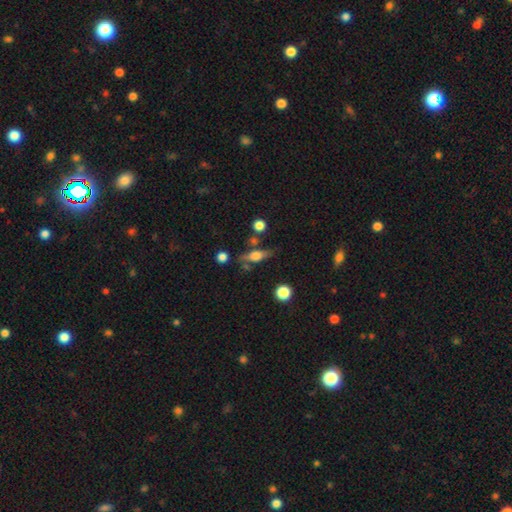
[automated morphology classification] Smooth or featured? Predicted: featured or disk (p=0.49). Merging? Predicted: none (p=0.69).